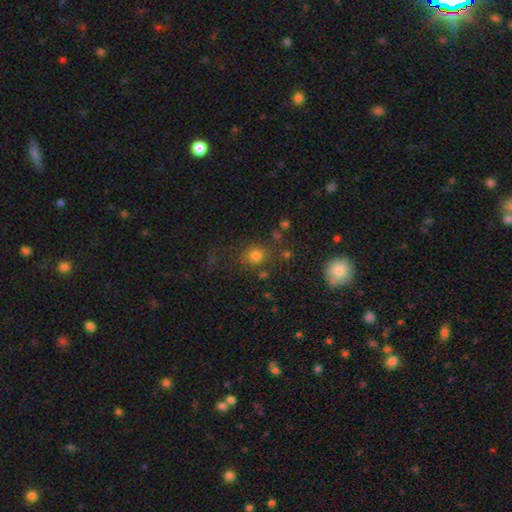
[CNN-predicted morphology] Overall: smooth (75%). How rounded: round (82%). Merging: none (76%).